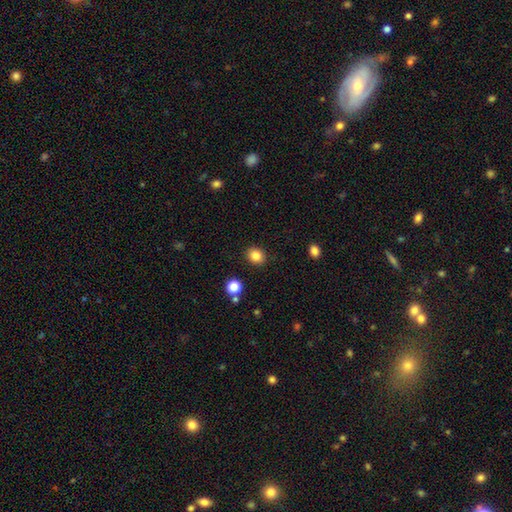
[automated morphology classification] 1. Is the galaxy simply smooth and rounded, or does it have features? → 84% smooth, 11% star or artifact, 5% featured or disk.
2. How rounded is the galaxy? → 69% round, 30% in between, 1% cigar-shaped.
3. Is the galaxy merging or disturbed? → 90% none, 7% minor disturbance, 2% major disturbance, 2% merger.